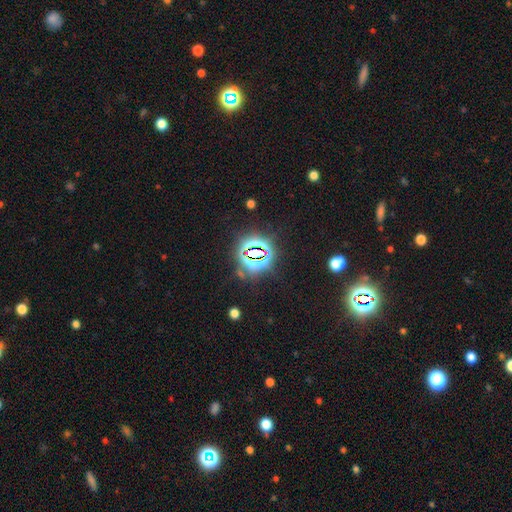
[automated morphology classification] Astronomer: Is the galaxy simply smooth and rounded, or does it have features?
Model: star or artifact — 79%.